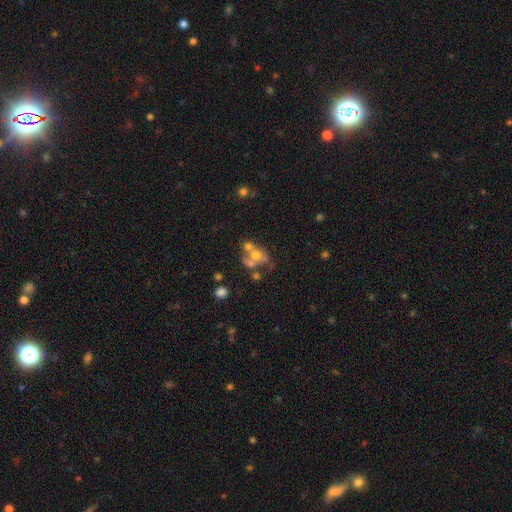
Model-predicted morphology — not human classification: Overall: smooth (46%; featured or disk 40%). Merging: merger (50%; none 25%).